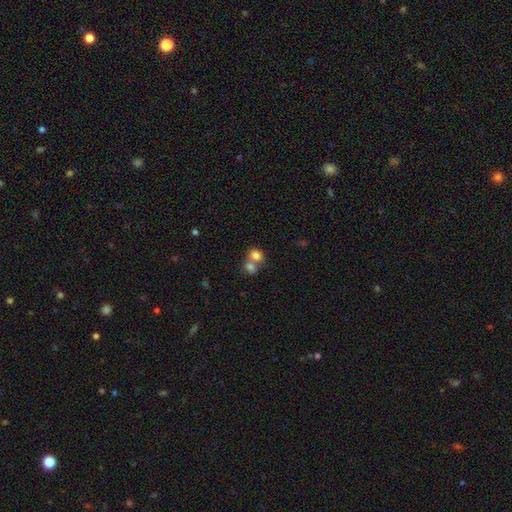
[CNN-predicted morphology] A smooth galaxy with no disk features (77%) that is round (60%).

Vote fractions:
- Smooth or featured? smooth: 77% / featured or disk: 13% / star or artifact: 10%
- How rounded? round: 60% / in between: 39% / cigar-shaped: 1%
- Merging? merger: 64% / none: 27% / minor disturbance: 6% / major disturbance: 3%